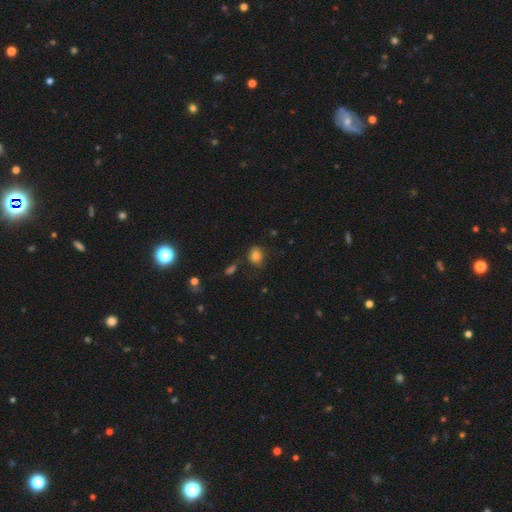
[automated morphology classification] A smooth galaxy with no disk features (81%) that is round (56%). Merging: none (67%).